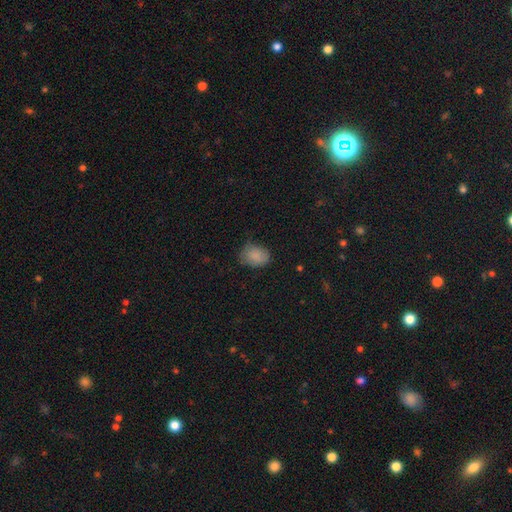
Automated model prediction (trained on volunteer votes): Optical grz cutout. It shows a smooth galaxy with no disk features (85%) that is in between round and cigar-shaped (62%). Merging: none (63%).